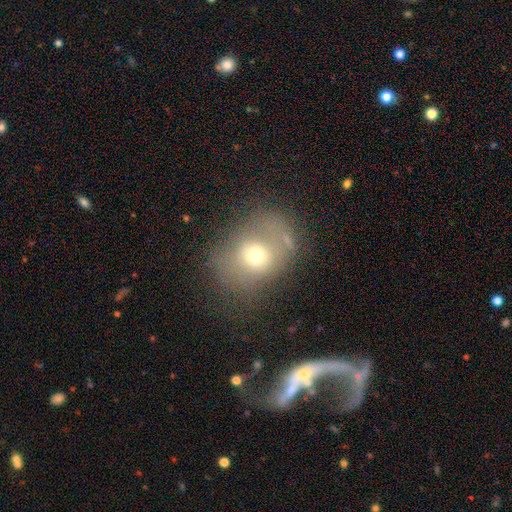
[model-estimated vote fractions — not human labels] Morphology: type=smooth (61%); roundness=round (54%); merging=none (43%).